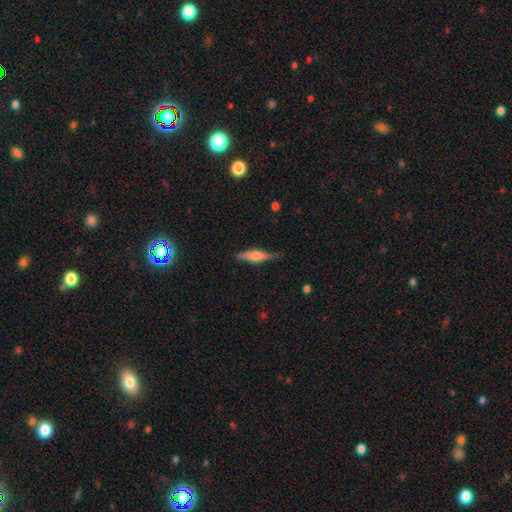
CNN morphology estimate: smooth_or_featured: featured or disk (p=0.60) [alt: smooth p=0.33]
disk_edge_on: yes (p=0.96) [alt: no p=0.04]
edge_on_bulge: rounded (p=0.80) [alt: boxy p=0.15]
merging: none (p=0.81) [alt: minor disturbance p=0.14]